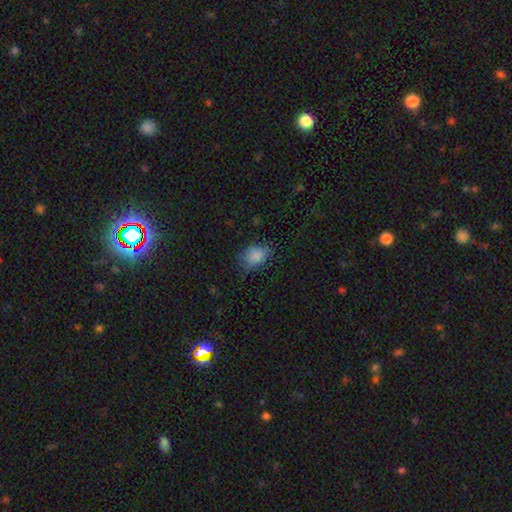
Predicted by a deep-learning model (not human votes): smooth_or_featured: smooth (p=0.84) [alt: star or artifact p=0.10]
how_rounded: in between (p=0.71) [alt: round p=0.28]
merging: none (p=0.62) [alt: minor disturbance p=0.29]